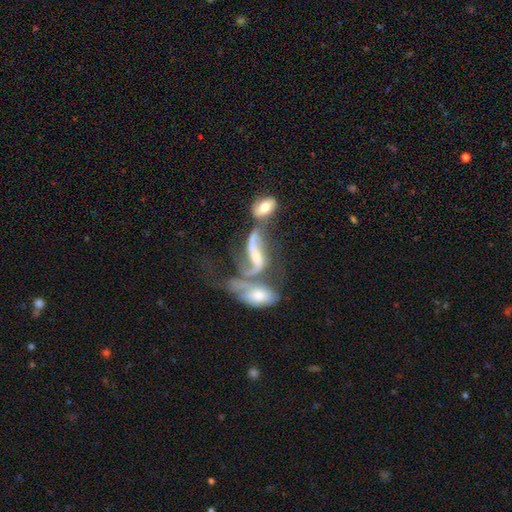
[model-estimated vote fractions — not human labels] Overall: featured or disk (81%). Edge-on disk: no (89%). Bar: weak (36%; strong 33%). Spiral arms: yes (89%). Spiral arm count: 2 (86%). Spiral winding: loose (80%). Bulge size: small (47%; moderate 40%). Merging: merger (60%).